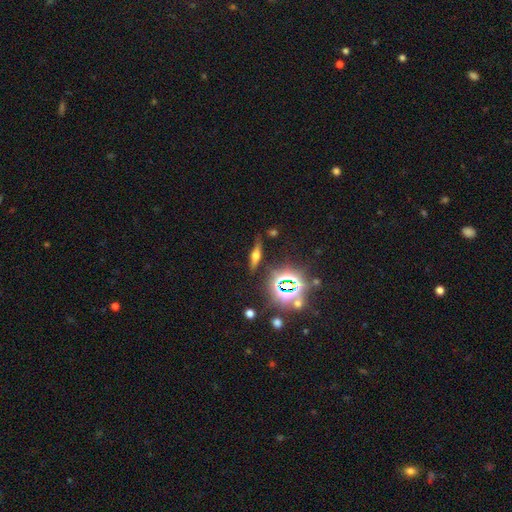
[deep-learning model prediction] smooth-or-featured: featured or disk: 50% | smooth: 26% | star or artifact: 23%
  disk-edge-on: yes: 91% | no: 9%
  merging: none: 83% | minor disturbance: 11% | major disturbance: 3% | merger: 3%